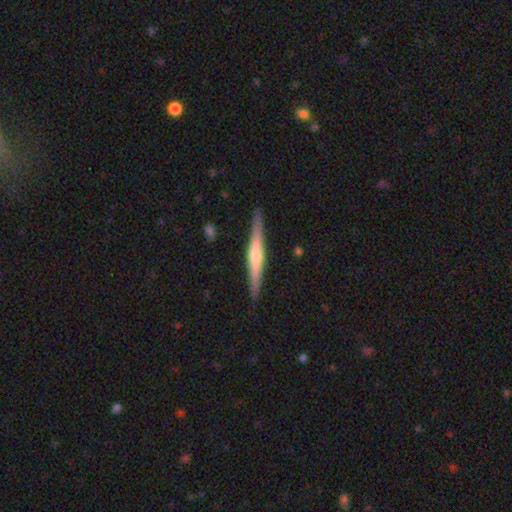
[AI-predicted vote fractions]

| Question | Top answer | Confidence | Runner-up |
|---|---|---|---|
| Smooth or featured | featured or disk | 64% | smooth (30%) |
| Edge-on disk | yes | 97% | no (3%) |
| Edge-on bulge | rounded | 74% | none (16%) |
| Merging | none | 90% | minor disturbance (8%) |